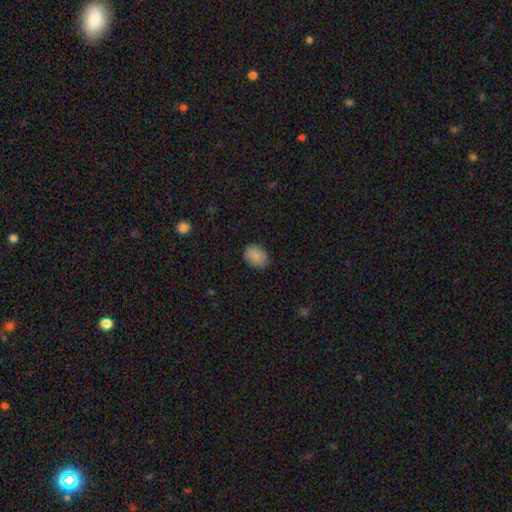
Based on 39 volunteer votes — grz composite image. It shows a smooth galaxy with no disk features (87%) that is in between round and cigar-shaped (62%). Merging: none (84%).